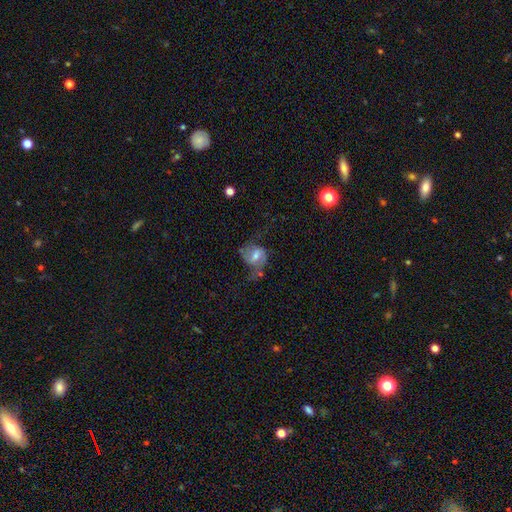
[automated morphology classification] Overall: featured or disk (59%; smooth 32%). Edge-on disk: no (97%). Bar: weak (51%; no 32%). Spiral arms: yes (82%). Bulge size: moderate (58%; small 29%). Merging: none (43%; major disturbance 28%).